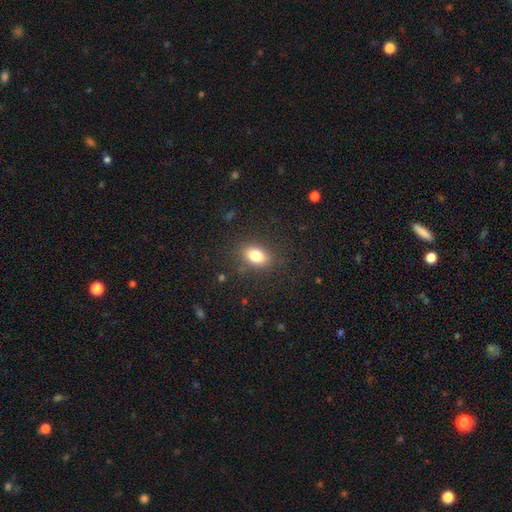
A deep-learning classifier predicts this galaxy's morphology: type=smooth (83%); roundness=in between (79%); merging=none (82%).